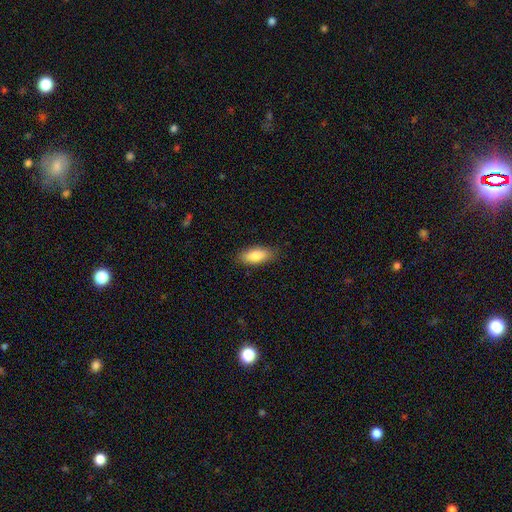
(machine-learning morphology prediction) Smooth or featured? Predicted: smooth (p=0.82). How rounded? Predicted: in between (p=0.80). Merging? Predicted: none (p=0.86).